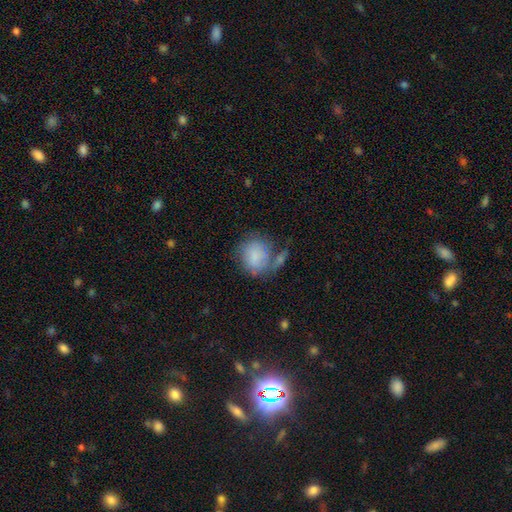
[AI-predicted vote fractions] A smooth galaxy with no disk features (76%) that is round (69%). Merging: none (44%).